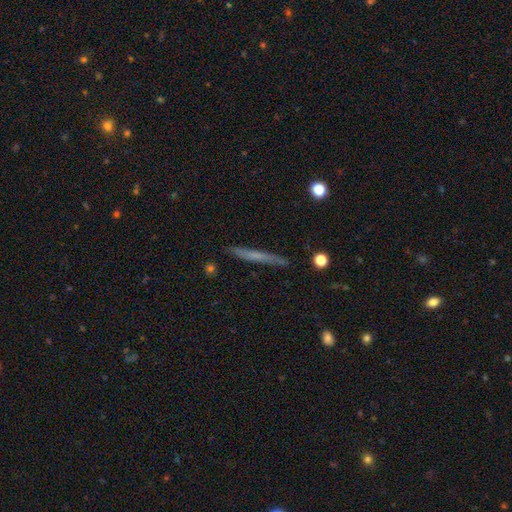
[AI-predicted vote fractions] Q: Smooth or featured?
A: smooth (48%); runner-up: featured or disk (45%)
Q: Merging?
A: none (88%); runner-up: minor disturbance (9%)